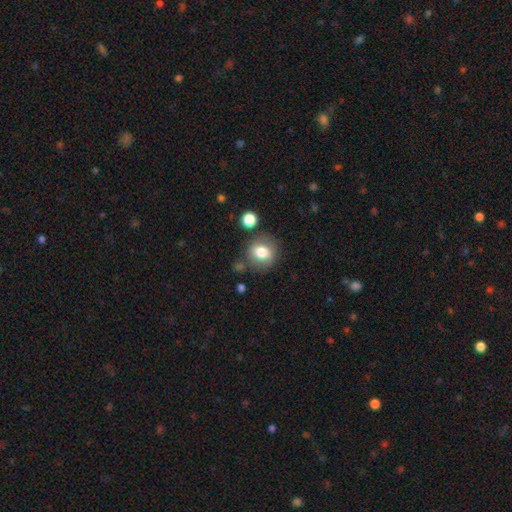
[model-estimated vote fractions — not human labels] A smooth galaxy with no disk features (74%) that is round (79%). Merging: none (79%).